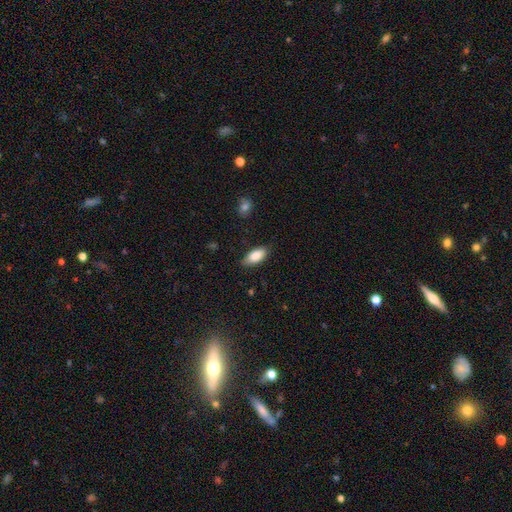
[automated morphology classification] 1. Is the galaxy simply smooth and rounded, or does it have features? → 85% smooth, 8% featured or disk, 7% star or artifact.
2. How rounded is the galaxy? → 88% in between, 9% cigar-shaped, 2% round.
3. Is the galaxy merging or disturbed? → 80% none, 16% minor disturbance, 3% major disturbance, 1% merger.